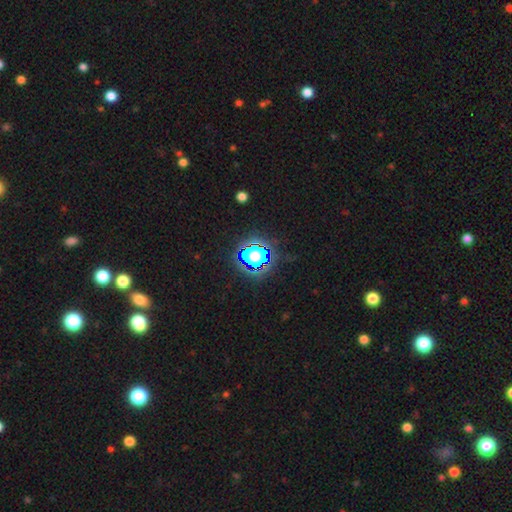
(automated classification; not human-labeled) Smooth or featured?
  - star or artifact: 57% *
  - smooth: 30%
  - featured or disk: 12%